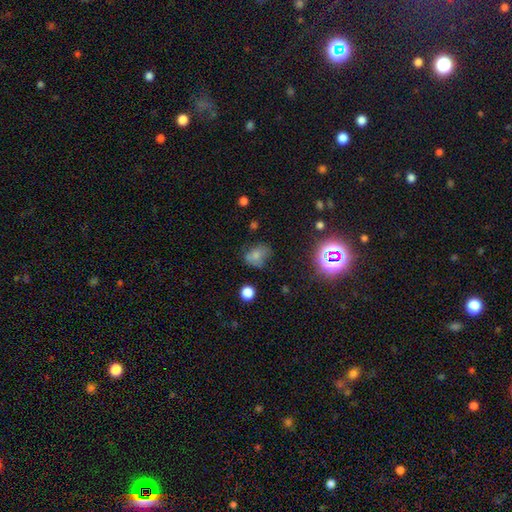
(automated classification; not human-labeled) smooth 67%, star or artifact 19%, featured or disk 14%. Down the decision tree: how rounded — in between (62%); merging — none (51%).